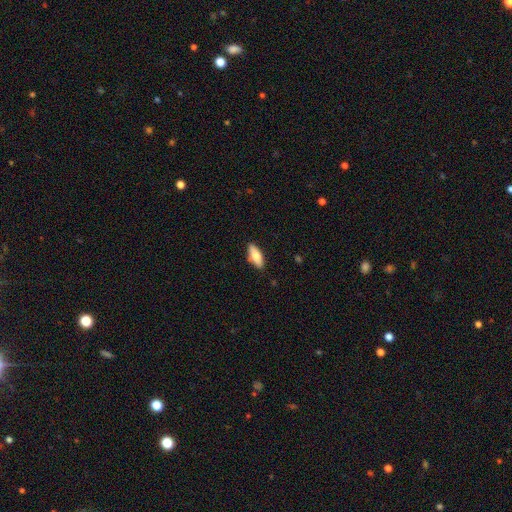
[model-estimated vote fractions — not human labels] Overall: smooth (71%). How rounded: in between (70%). Merging: none (86%).